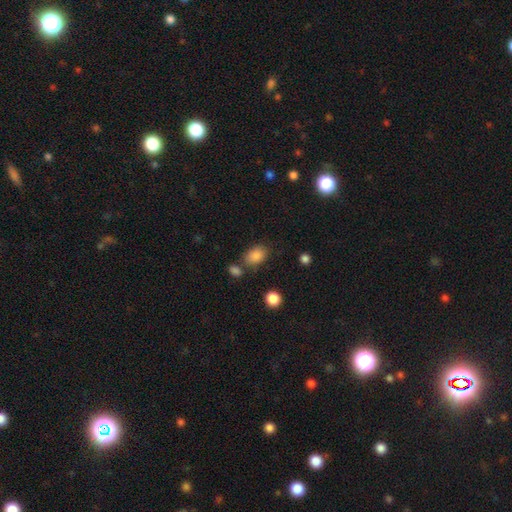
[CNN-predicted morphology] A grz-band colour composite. It shows a smooth galaxy with no disk features (85%) that is in between round and cigar-shaped (78%). Merging: none (69%).